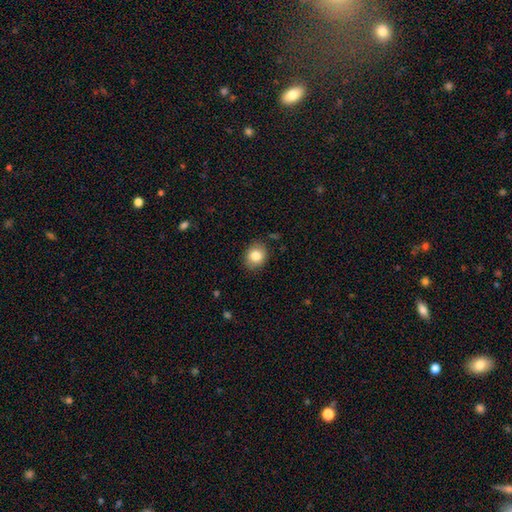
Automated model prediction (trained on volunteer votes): smooth_or_featured: smooth (p=0.83) [alt: star or artifact p=0.09]
how_rounded: round (p=0.61) [alt: in between p=0.38]
merging: none (p=0.87) [alt: minor disturbance p=0.10]